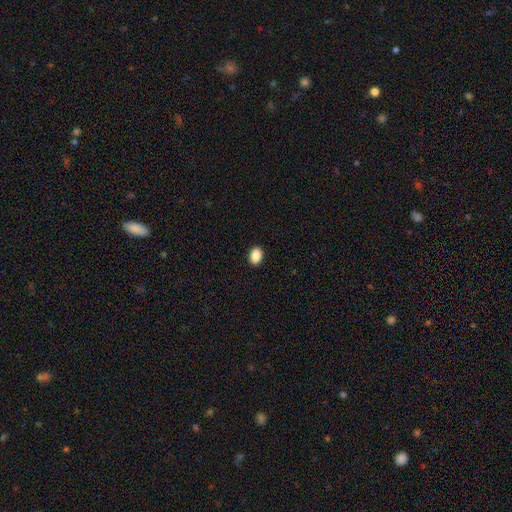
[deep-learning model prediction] A smooth galaxy with no disk features (89%) that is in between round and cigar-shaped (83%). Merging: none (91%).